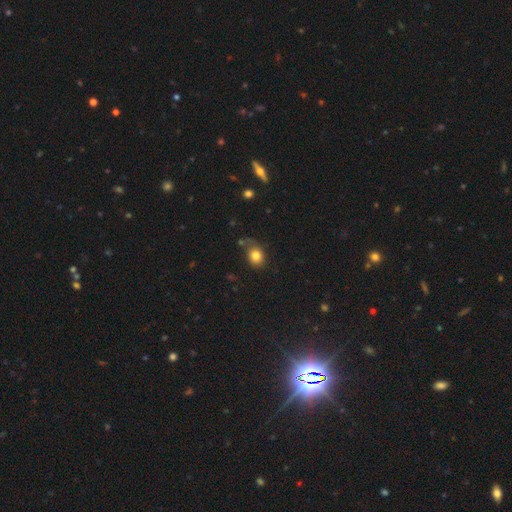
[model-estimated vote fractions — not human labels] A smooth galaxy with no disk features (81%) that is round (54%).

Vote fractions:
- Smooth or featured? smooth: 81% / star or artifact: 10% / featured or disk: 8%
- How rounded? round: 54% / in between: 45% / cigar-shaped: 1%
- Merging? none: 63% / minor disturbance: 22% / major disturbance: 8% / merger: 6%